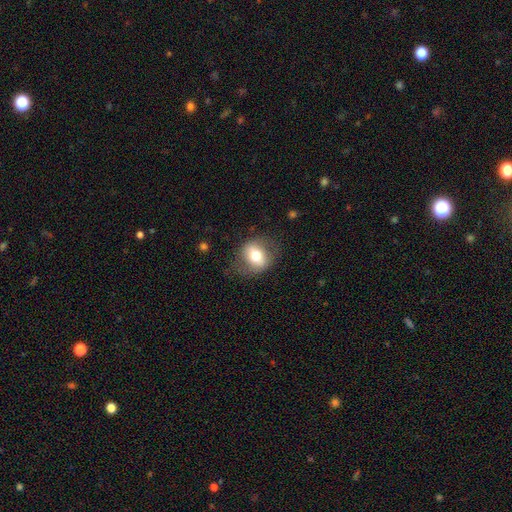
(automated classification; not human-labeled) Smooth or featured: smooth — 64% (featured or disk — 28%)
How rounded: round — 51% (in between — 48%)
Merging: none — 72% (minor disturbance — 18%)